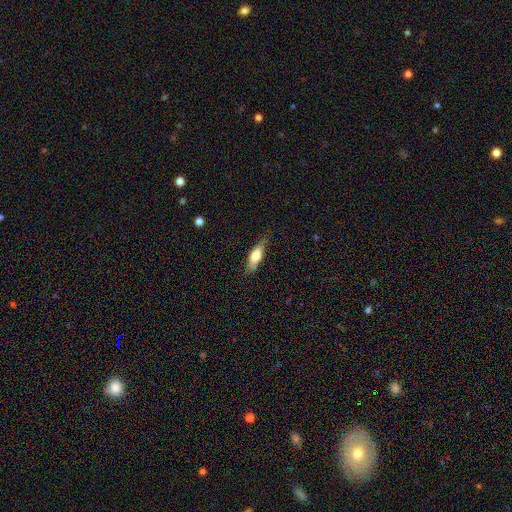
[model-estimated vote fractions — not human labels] Smooth or featured?
  - smooth: 63% *
  - featured or disk: 31%
  - star or artifact: 6%
How rounded?
  - in between: 54% *
  - cigar-shaped: 43%
  - round: 3%
Merging?
  - none: 72% *
  - minor disturbance: 22%
  - major disturbance: 5%
  - merger: 2%